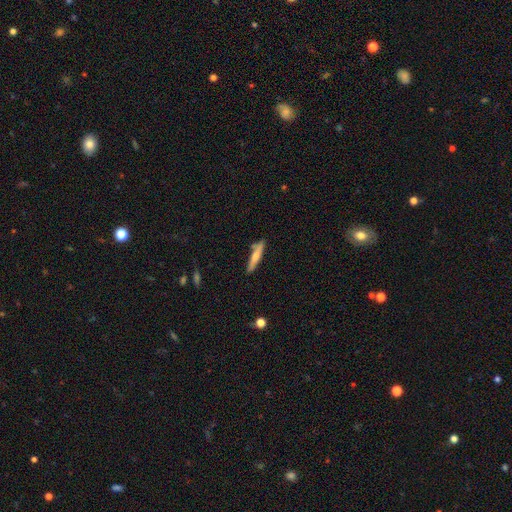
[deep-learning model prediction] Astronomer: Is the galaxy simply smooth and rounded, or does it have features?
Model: smooth — 58% (runner-up: featured or disk, 36%).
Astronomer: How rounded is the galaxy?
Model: cigar-shaped — 89%.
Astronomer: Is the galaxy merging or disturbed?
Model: none — 76%.